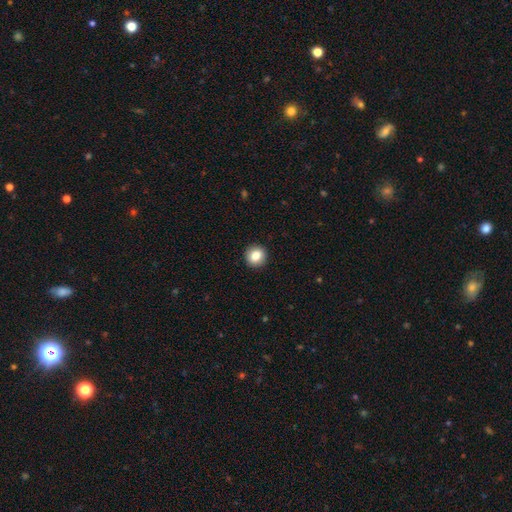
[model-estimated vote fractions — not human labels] smooth 85%, star or artifact 9%, featured or disk 6%. Down the decision tree: how rounded — round (88%); merging — none (92%).